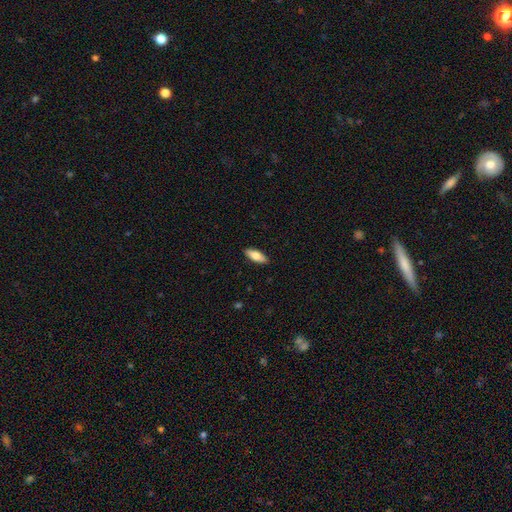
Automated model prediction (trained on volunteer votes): smooth_or_featured: smooth (p=0.71) [alt: featured or disk p=0.23]
how_rounded: in between (p=0.68) [alt: cigar-shaped p=0.30]
merging: none (p=0.90) [alt: minor disturbance p=0.07]